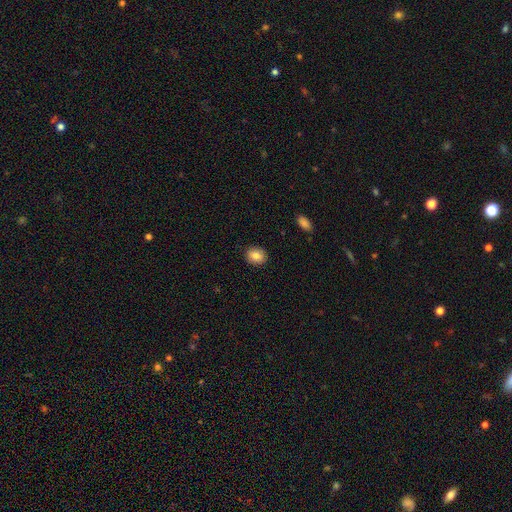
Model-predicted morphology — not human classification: A smooth galaxy with no disk features (84%) that is round (54%). Merging: none (89%).